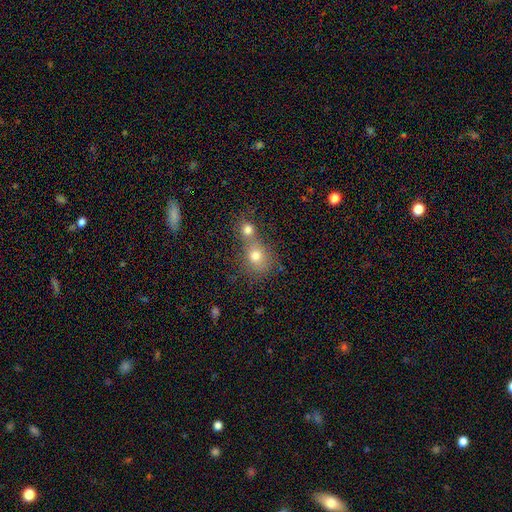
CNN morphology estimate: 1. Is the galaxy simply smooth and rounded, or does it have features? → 74% smooth, 13% star or artifact, 13% featured or disk.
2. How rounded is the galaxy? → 73% round, 26% in between, 1% cigar-shaped.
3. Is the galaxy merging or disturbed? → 55% merger, 34% none, 7% minor disturbance, 4% major disturbance.